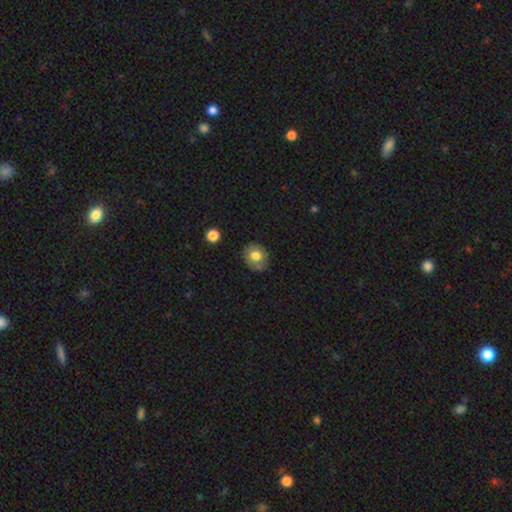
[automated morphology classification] Smooth or featured: smooth — 70% (featured or disk — 21%)
How rounded: round — 67% (in between — 33%)
Merging: none — 81% (minor disturbance — 14%)